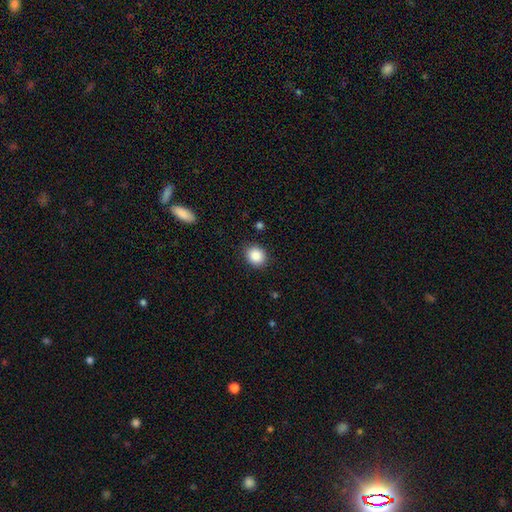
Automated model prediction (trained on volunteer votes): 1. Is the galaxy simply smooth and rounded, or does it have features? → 88% smooth, 9% star or artifact, 3% featured or disk.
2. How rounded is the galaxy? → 66% round, 33% in between, 1% cigar-shaped.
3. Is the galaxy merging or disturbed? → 88% none, 8% minor disturbance, 3% major disturbance, 1% merger.